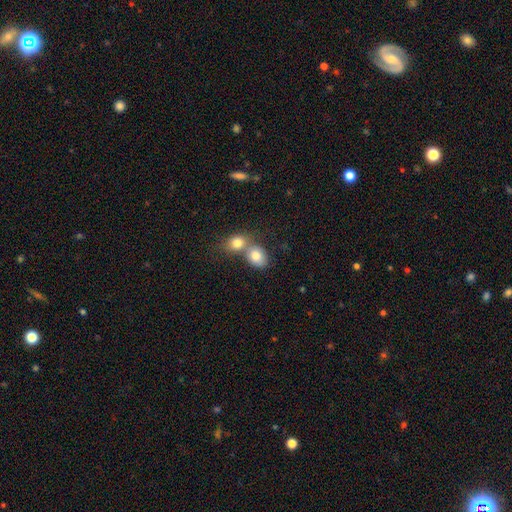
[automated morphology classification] This is likely a smooth galaxy (80%). How rounded: possibly in between (56%). Merging: possibly merger (58%).